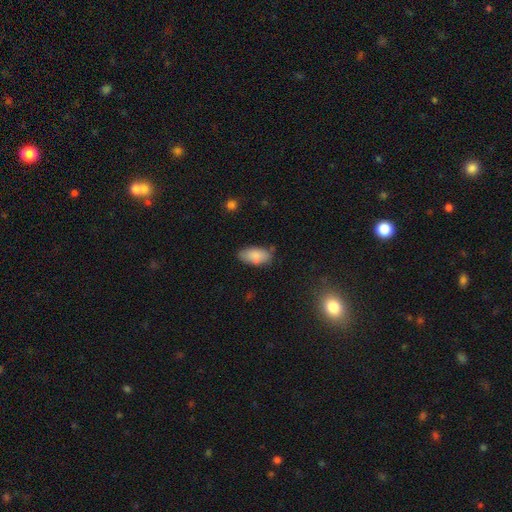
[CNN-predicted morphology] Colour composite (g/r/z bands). It shows a smooth galaxy with no disk features (86%) that is in between round and cigar-shaped (93%). Merging: none (72%).